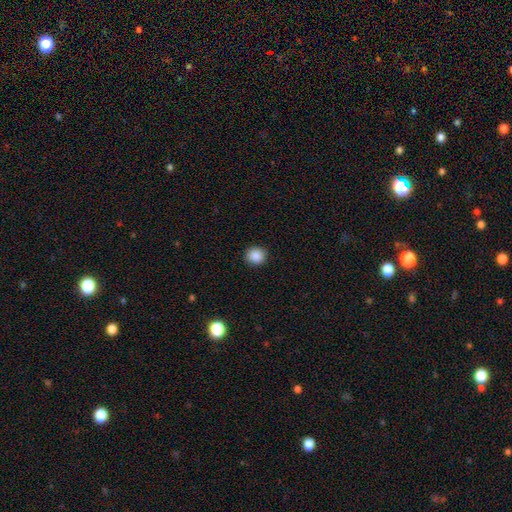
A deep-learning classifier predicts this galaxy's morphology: A smooth galaxy with no disk features (88%) that is round (86%). Merging: none (90%).